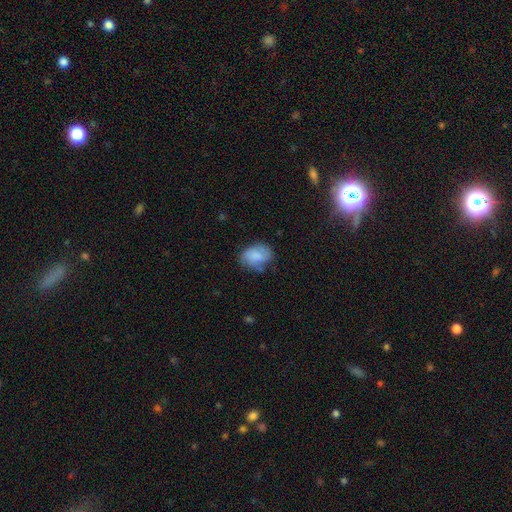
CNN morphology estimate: Smooth or featured? smooth (77%)
How rounded? in between (72%)
Merging? none (65%)